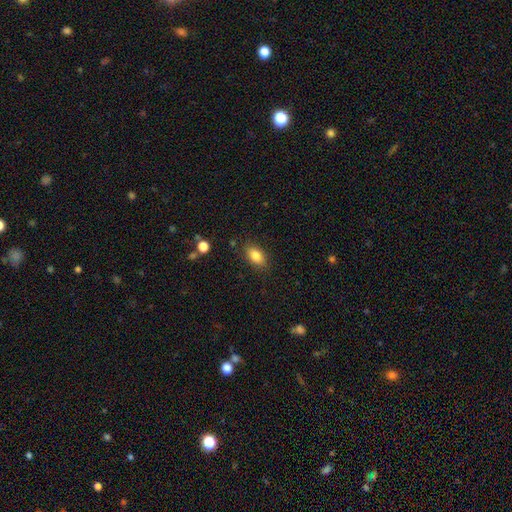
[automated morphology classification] smooth_or_featured: smooth (p=0.83) [alt: featured or disk p=0.09]
how_rounded: in between (p=0.87) [alt: round p=0.09]
merging: none (p=0.85) [alt: minor disturbance p=0.11]